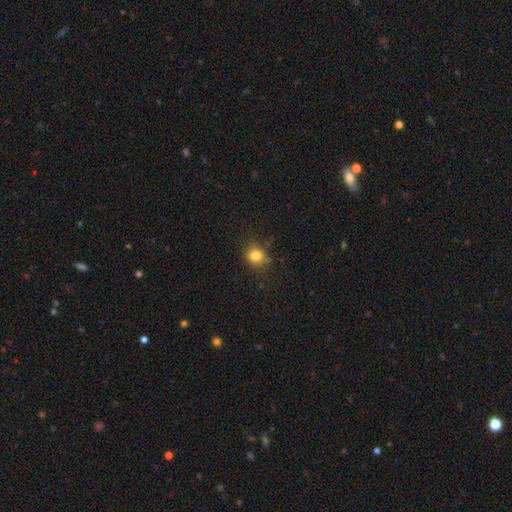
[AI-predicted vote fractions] Morphology: type=smooth (81%); roundness=round (72%); merging=none (74%).